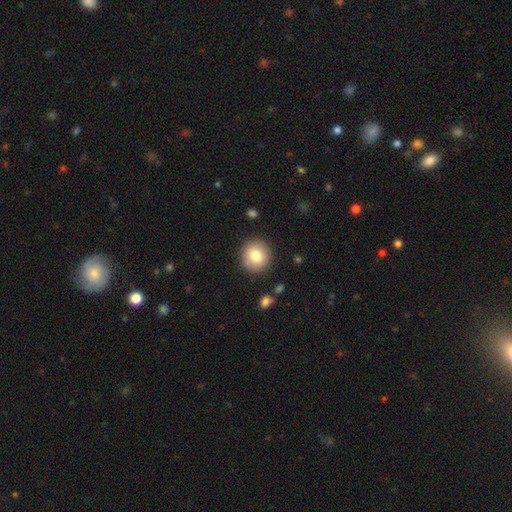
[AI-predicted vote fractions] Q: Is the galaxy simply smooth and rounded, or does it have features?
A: smooth — 80%.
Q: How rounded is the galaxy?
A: round — 91%.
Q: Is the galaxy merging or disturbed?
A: none — 89%.